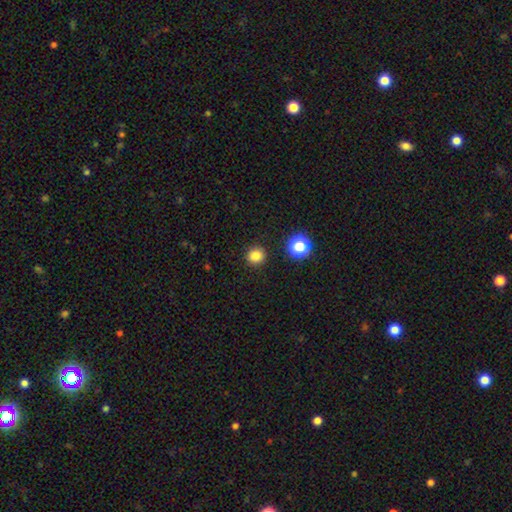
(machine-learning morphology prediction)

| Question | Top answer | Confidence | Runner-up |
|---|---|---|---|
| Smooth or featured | smooth | 82% | star or artifact (14%) |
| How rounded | round | 90% | in between (9%) |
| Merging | none | 91% | minor disturbance (5%) |